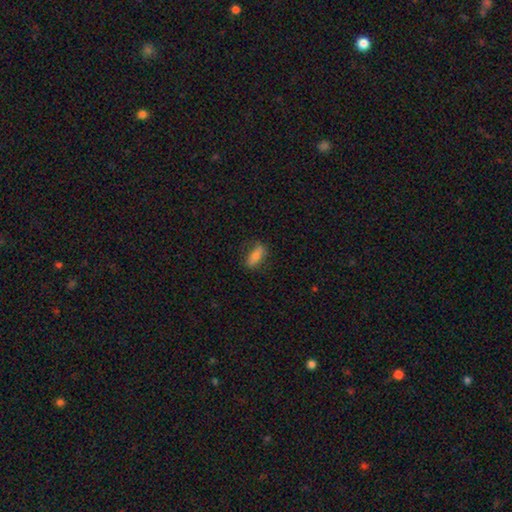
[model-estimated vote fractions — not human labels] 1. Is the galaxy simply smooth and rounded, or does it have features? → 73% smooth, 19% featured or disk, 8% star or artifact.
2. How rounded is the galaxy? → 74% in between, 22% cigar-shaped, 4% round.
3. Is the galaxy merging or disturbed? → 69% none, 22% minor disturbance, 7% major disturbance, 1% merger.